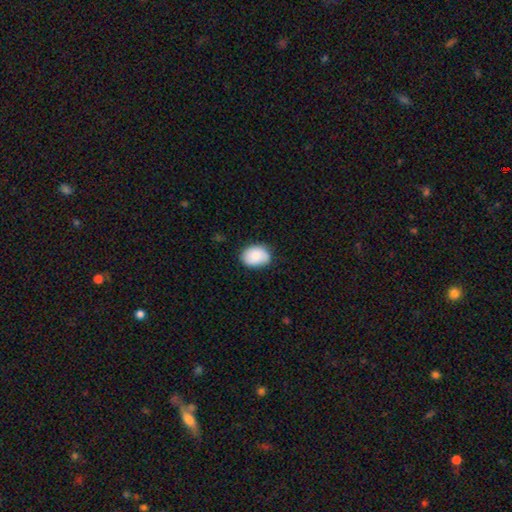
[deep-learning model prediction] smooth 83%, featured or disk 10%, star or artifact 7%. Down the decision tree: how rounded — in between (70%); merging — none (76%).